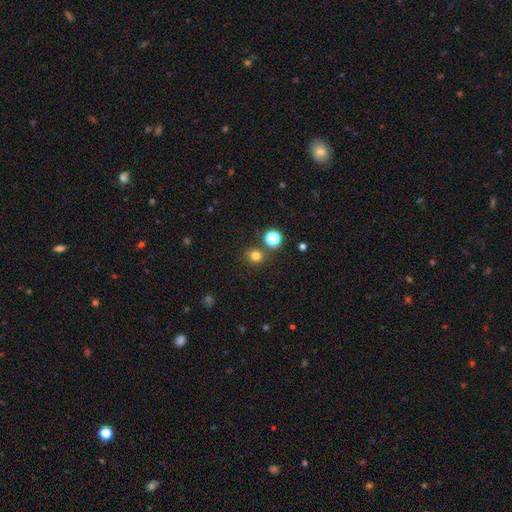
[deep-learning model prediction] This appears to be a smooth galaxy with no disk features (77%) that is round (90%). Merging: none (83%).